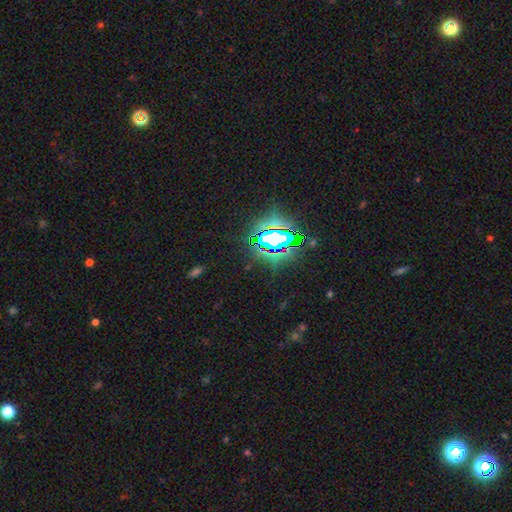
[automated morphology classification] This is clearly a star or artifact rather than a galaxy (81%).